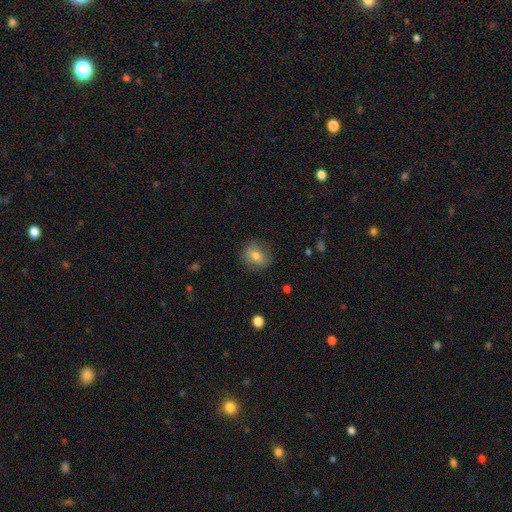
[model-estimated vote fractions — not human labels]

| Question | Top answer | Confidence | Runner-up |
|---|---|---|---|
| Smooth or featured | smooth | 71% | featured or disk (20%) |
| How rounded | round | 58% | in between (41%) |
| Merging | none | 79% | minor disturbance (15%) |